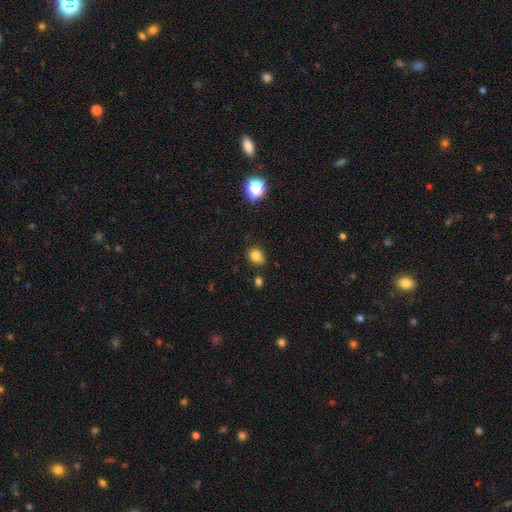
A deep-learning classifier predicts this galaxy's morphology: Smooth or featured? smooth (80%)
How rounded? round (60%)
Merging? none (76%)